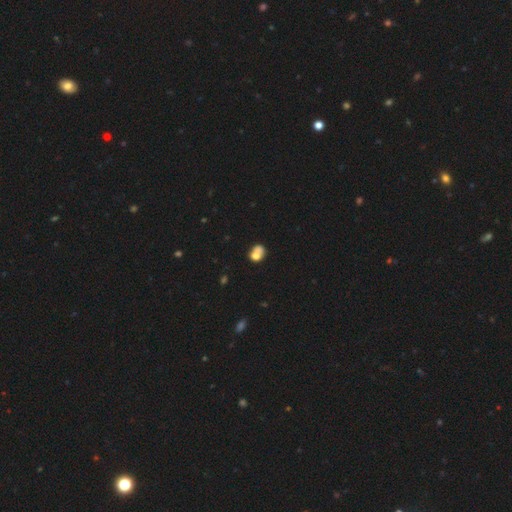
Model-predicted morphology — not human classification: smooth_or_featured: smooth (p=0.68) [alt: featured or disk p=0.21]
how_rounded: in between (p=0.51) [alt: round p=0.48]
merging: merger (p=0.51) [alt: none p=0.28]